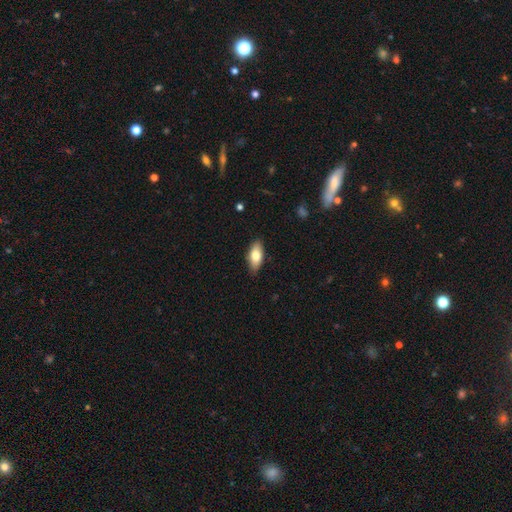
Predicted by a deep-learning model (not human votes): Q: Smooth or featured?
A: smooth (75%); runner-up: featured or disk (18%)
Q: How rounded?
A: in between (84%); runner-up: cigar-shaped (13%)
Q: Merging?
A: none (85%); runner-up: minor disturbance (12%)